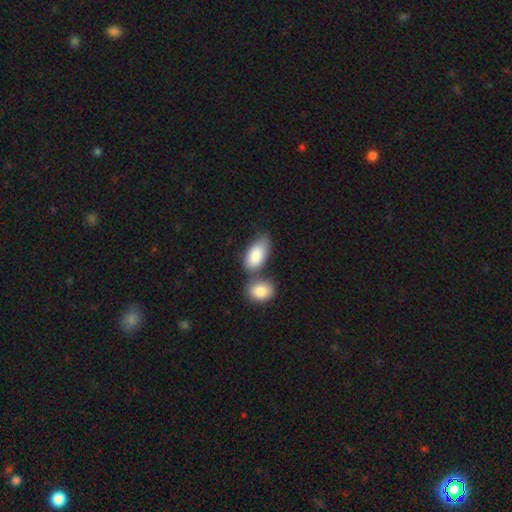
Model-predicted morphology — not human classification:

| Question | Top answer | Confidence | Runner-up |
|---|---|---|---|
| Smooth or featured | smooth | 86% | featured or disk (8%) |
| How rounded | in between | 93% | cigar-shaped (4%) |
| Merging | none | 40% | merger (38%) |